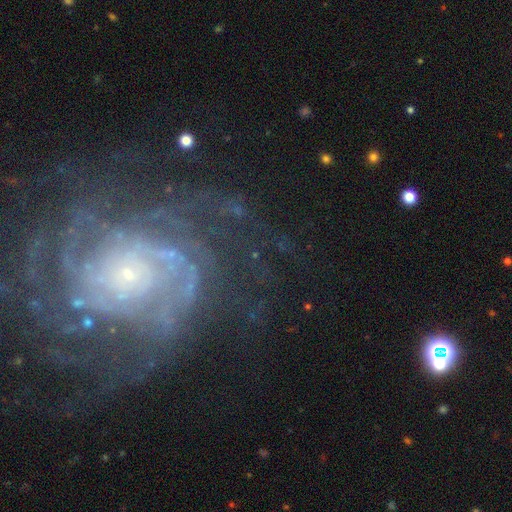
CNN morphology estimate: type=featured or disk (86%); edge-on=no (97%); bar=no (77%); spiral arms=yes (96%); winding=tight (66%); arm count=can't tell (29%); bulge=small (83%); merging=none (69%).